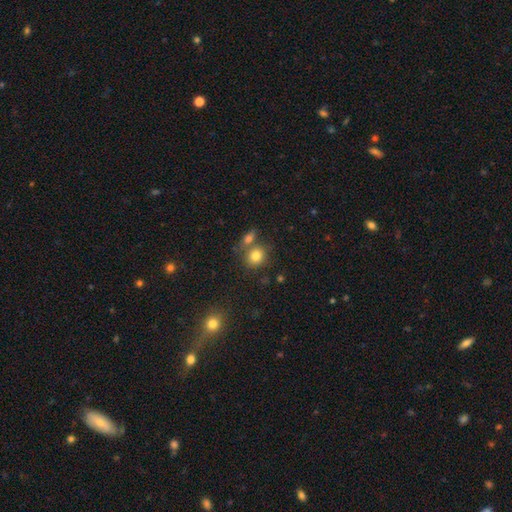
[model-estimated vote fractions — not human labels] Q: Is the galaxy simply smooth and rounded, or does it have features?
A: smooth — 80%.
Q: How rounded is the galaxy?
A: round — 78%.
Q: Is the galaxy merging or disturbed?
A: none — 57%.